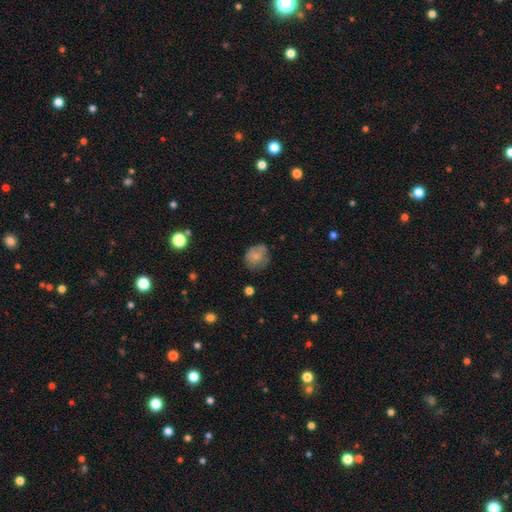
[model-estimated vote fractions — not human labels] smooth-or-featured: smooth: 72% | featured or disk: 18% | star or artifact: 10%
  how-rounded: round: 71% | in between: 28% | cigar-shaped: 1%
  merging: none: 60% | minor disturbance: 26% | major disturbance: 11% | merger: 2%